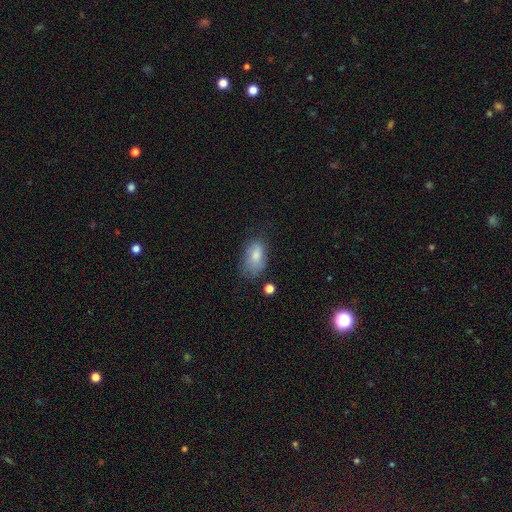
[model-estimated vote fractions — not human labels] A smooth galaxy with no disk features (79%) that is in between round and cigar-shaped (90%).

Vote fractions:
- Smooth or featured? smooth: 79% / featured or disk: 13% / star or artifact: 8%
- How rounded? in between: 90% / round: 8% / cigar-shaped: 2%
- Merging? none: 53% / minor disturbance: 30% / major disturbance: 13% / merger: 4%